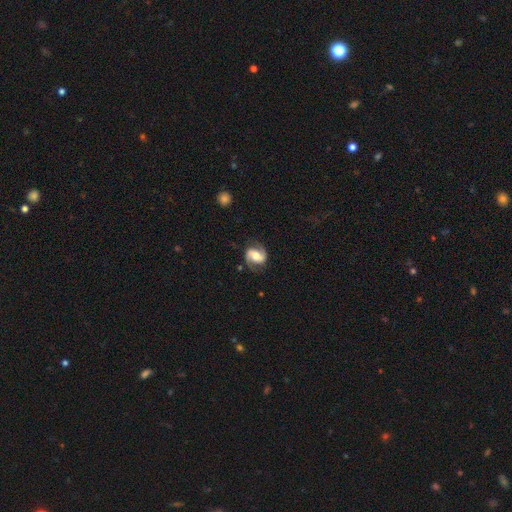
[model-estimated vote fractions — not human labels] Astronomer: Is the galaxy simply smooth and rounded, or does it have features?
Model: featured or disk — 80%.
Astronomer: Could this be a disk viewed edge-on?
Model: no — 98%.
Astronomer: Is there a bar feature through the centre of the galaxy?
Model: weak — 39% (runner-up: no, 34%).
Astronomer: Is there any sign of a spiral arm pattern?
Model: yes — 95%.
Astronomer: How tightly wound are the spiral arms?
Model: medium — 49% (runner-up: loose, 28%).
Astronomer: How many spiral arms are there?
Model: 2 — 92%.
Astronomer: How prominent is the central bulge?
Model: moderate — 59%.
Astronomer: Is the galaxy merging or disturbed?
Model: none — 79%.